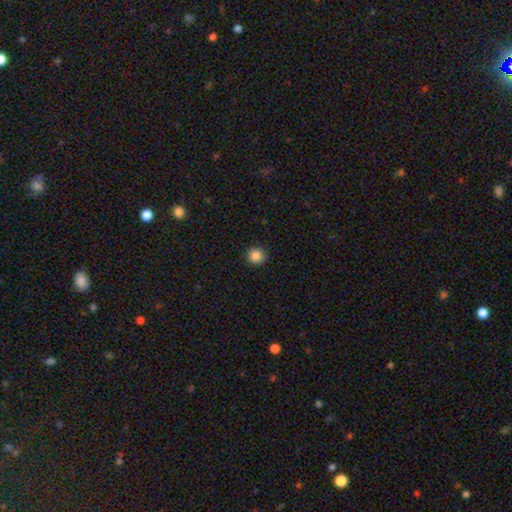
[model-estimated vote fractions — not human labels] This appears to be a smooth galaxy with no disk features (86%) that is round (94%). Merging: none (92%).